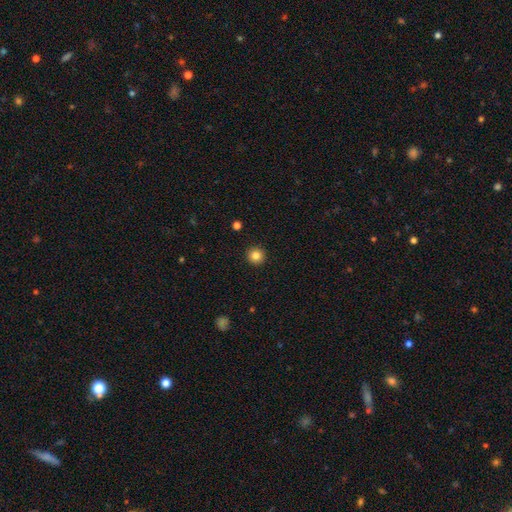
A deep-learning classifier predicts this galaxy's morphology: smooth_or_featured: smooth (p=0.83) [alt: star or artifact p=0.11]
how_rounded: round (p=0.96) [alt: in between p=0.03]
merging: none (p=0.93) [alt: minor disturbance p=0.04]